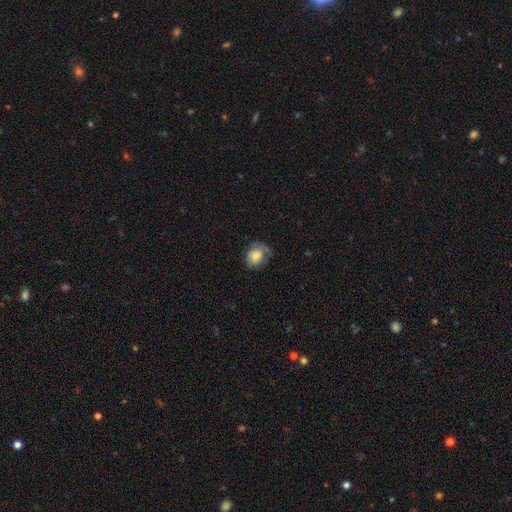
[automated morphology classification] smooth-or-featured: smooth: 69% | featured or disk: 23% | star or artifact: 8%
  how-rounded: round: 53% | in between: 46% | cigar-shaped: 1%
  merging: none: 58% | minor disturbance: 28% | major disturbance: 12% | merger: 1%